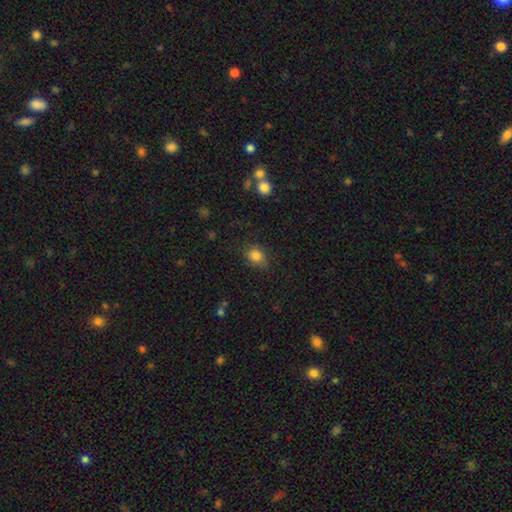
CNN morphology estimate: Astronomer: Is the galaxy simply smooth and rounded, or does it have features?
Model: smooth — 83%.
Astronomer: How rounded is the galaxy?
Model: round — 52% (runner-up: in between, 47%).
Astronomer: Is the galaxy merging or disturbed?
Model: none — 72%.